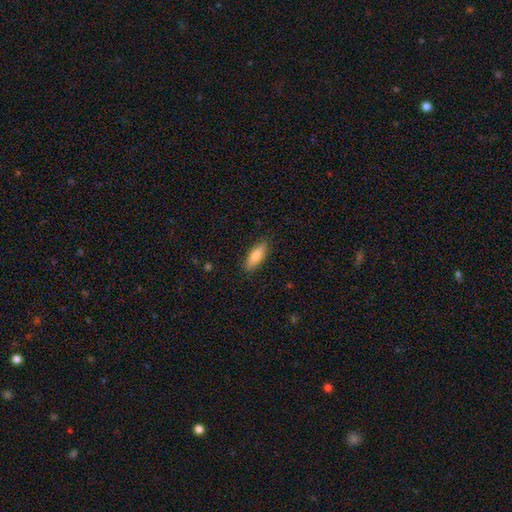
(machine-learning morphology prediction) Smooth or featured?
  - smooth: 82% *
  - featured or disk: 12%
  - star or artifact: 6%
How rounded?
  - in between: 59% *
  - cigar-shaped: 39%
  - round: 2%
Merging?
  - none: 86% *
  - minor disturbance: 11%
  - major disturbance: 2%
  - merger: 1%